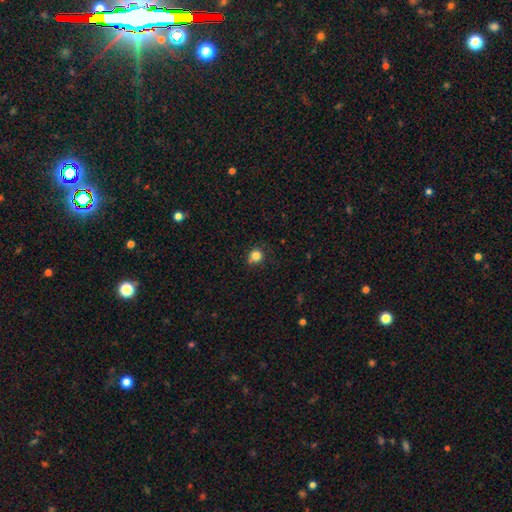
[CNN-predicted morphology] Overall: smooth (82%). How rounded: round (87%). Merging: none (75%).